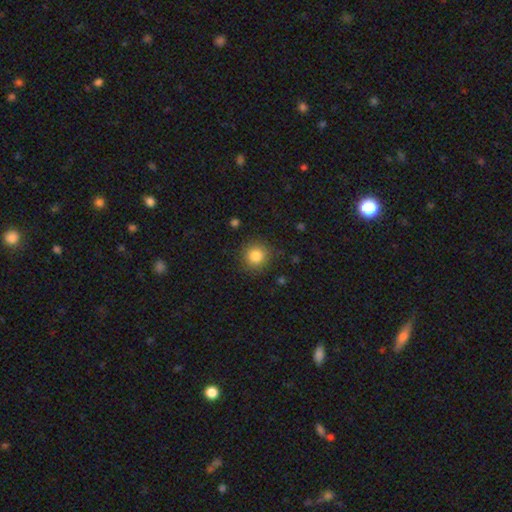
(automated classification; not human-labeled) Smooth or featured? Predicted: smooth (p=0.84). How rounded? Predicted: round (p=0.92). Merging? Predicted: none (p=0.87).